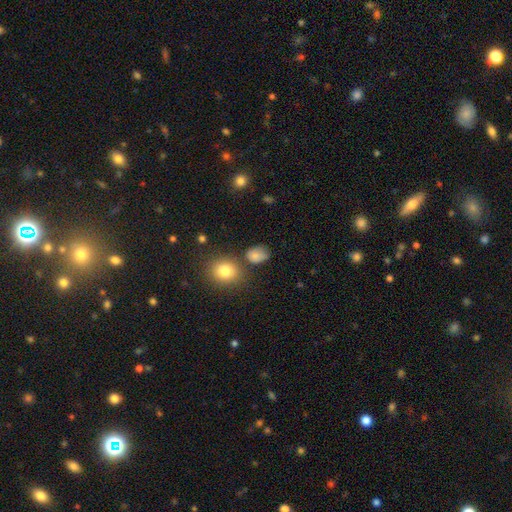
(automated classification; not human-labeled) This is likely a smooth galaxy (80%). How rounded: possibly in between (55%). Merging: likely none (64%).